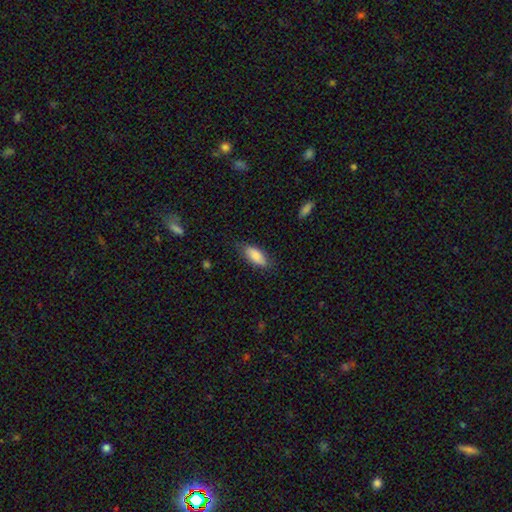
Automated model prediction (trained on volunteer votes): smooth-or-featured: smooth: 83% | featured or disk: 10% | star or artifact: 6%
  how-rounded: in between: 82% | cigar-shaped: 15% | round: 2%
  merging: none: 76% | minor disturbance: 19% | major disturbance: 4% | merger: 1%